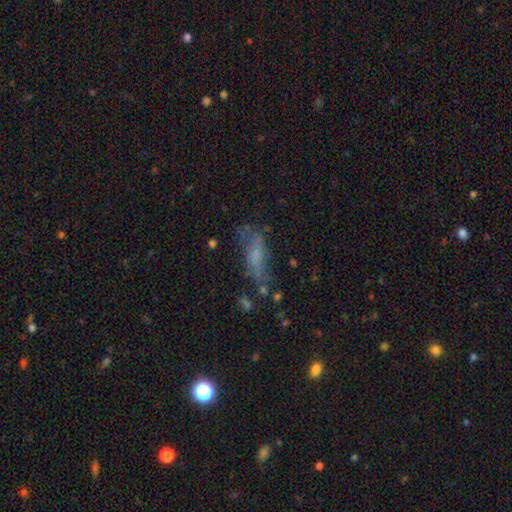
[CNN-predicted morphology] smooth_or_featured: smooth (p=0.48) [alt: featured or disk p=0.36]
merging: none (p=0.45) [alt: minor disturbance p=0.25]